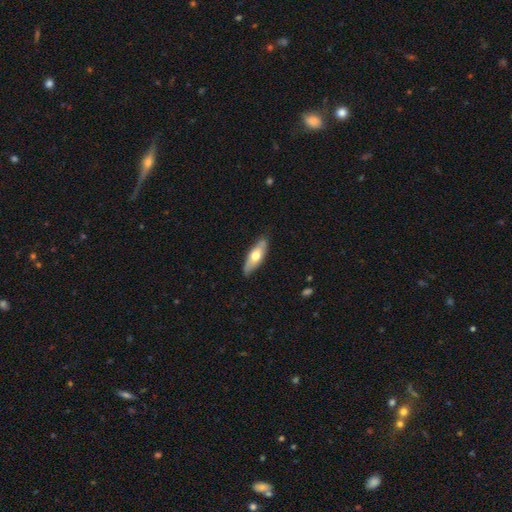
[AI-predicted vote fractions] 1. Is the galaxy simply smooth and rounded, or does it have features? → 55% smooth, 40% featured or disk, 5% star or artifact.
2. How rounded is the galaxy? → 64% in between, 34% cigar-shaped, 2% round.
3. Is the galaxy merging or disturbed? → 82% none, 15% minor disturbance, 2% major disturbance, 1% merger.